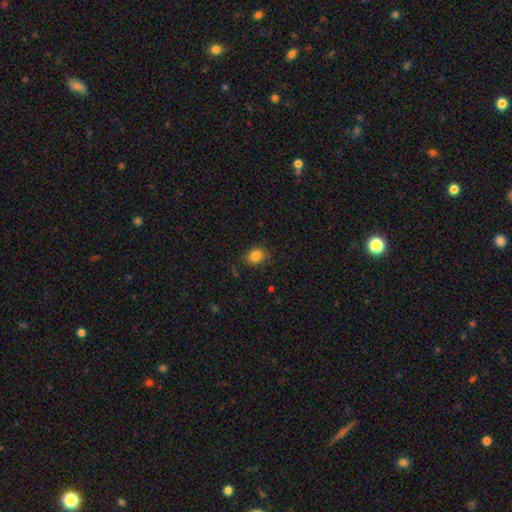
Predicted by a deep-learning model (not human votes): Q: Smooth or featured?
A: smooth (83%); runner-up: star or artifact (10%)
Q: How rounded?
A: in between (64%); runner-up: round (35%)
Q: Merging?
A: none (78%); runner-up: minor disturbance (17%)